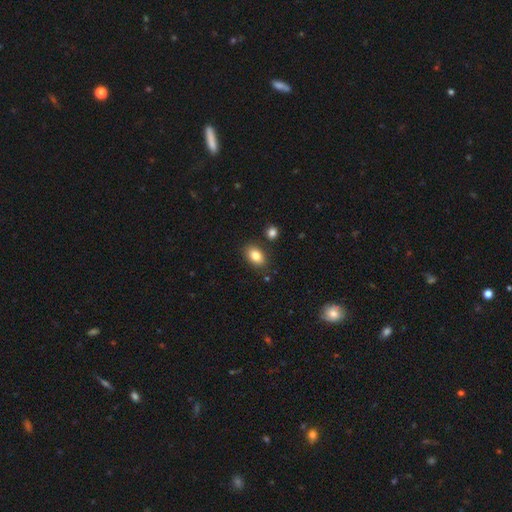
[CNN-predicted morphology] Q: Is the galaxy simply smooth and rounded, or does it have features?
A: smooth — 84%.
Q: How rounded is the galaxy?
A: in between — 85%.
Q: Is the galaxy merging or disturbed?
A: none — 82%.